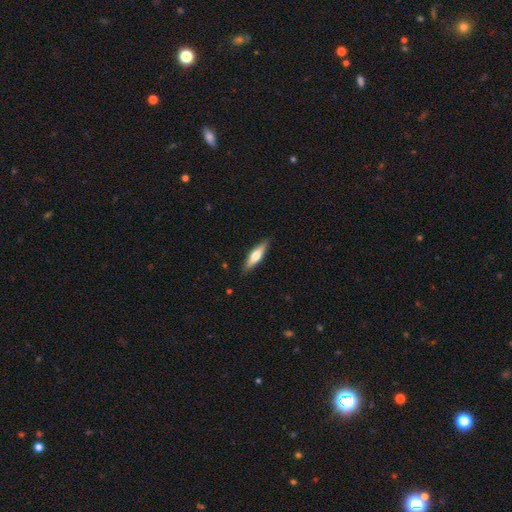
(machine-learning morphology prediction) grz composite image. It shows a featured or disk galaxy (49%). Merging: none (88%).